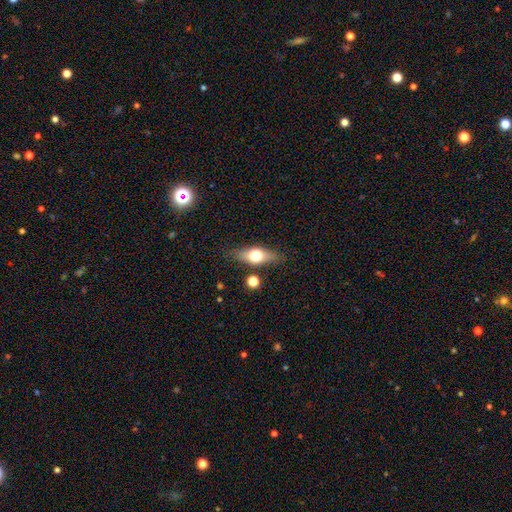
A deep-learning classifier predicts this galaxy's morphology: This is possibly a smooth galaxy (53%). How rounded: likely in between (62%). Merging: clearly none (80%).